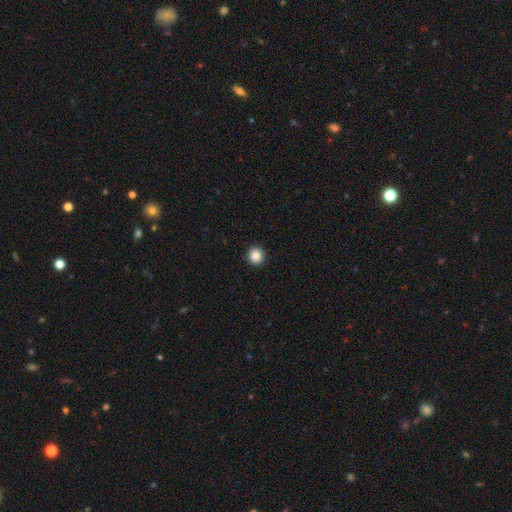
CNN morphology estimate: A smooth galaxy with no disk features (87%) that is round (90%).

Vote fractions:
- Smooth or featured? smooth: 87% / star or artifact: 10% / featured or disk: 3%
- How rounded? round: 90% / in between: 9% / cigar-shaped: 1%
- Merging? none: 93% / minor disturbance: 5% / major disturbance: 2% / merger: 1%